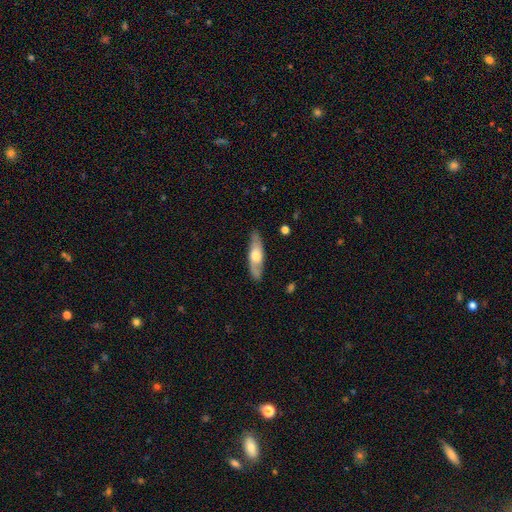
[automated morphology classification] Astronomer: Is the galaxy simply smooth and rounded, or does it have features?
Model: smooth — 48% (runner-up: featured or disk, 47%).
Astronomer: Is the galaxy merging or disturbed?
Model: none — 84%.